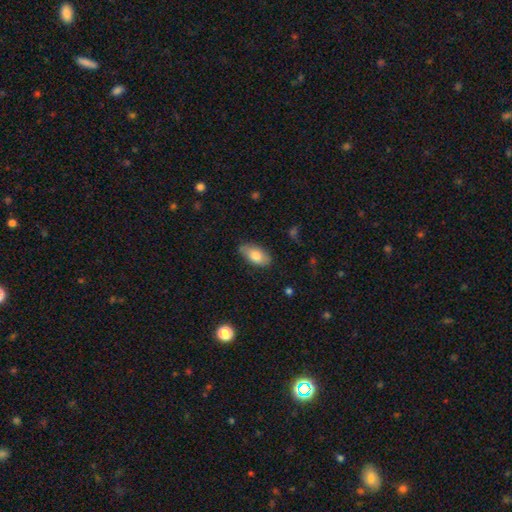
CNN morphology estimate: Overall: smooth (78%). How rounded: in between (91%). Merging: none (81%).